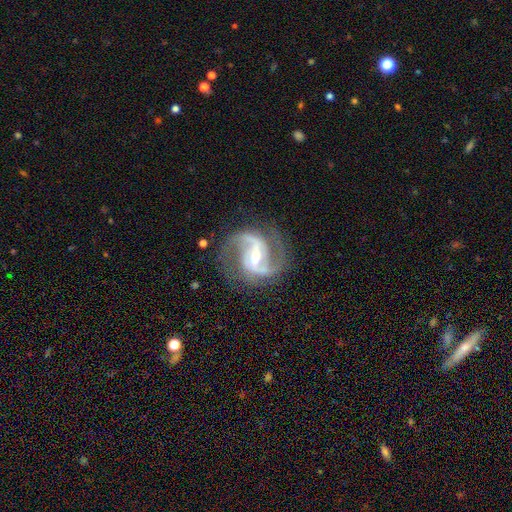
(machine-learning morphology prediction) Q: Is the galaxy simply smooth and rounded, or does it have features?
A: featured or disk — 91%.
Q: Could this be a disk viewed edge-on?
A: no — 98%.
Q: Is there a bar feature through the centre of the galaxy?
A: strong — 52%.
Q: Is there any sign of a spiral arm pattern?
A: yes — 98%.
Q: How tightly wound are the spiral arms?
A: medium — 59%.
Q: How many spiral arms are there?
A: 2 — 85%.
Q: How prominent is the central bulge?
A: moderate — 47%.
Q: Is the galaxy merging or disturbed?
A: none — 75%.